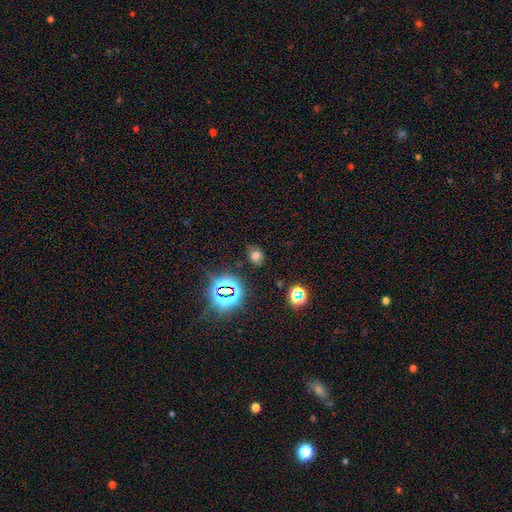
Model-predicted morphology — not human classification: A smooth galaxy with no disk features (62%) that is in between round and cigar-shaped (57%). Merging: none (75%).